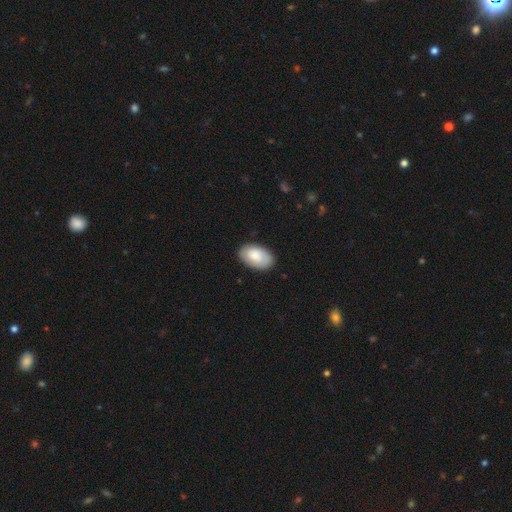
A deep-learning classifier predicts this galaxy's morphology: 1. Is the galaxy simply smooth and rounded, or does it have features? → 77% smooth, 17% featured or disk, 6% star or artifact.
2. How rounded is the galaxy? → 94% in between, 5% round, 1% cigar-shaped.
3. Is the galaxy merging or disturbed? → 85% none, 12% minor disturbance, 2% major disturbance, 1% merger.